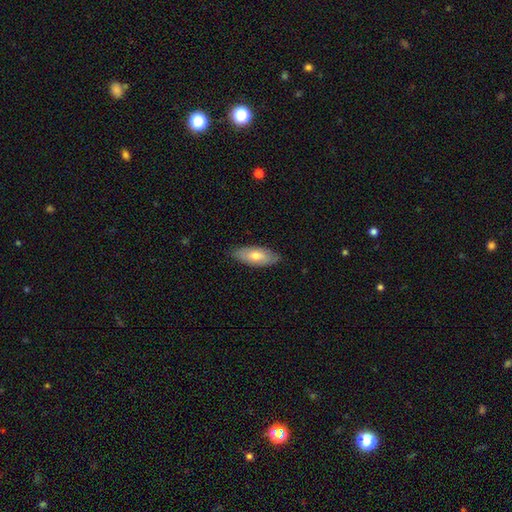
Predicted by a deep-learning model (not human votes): Smooth or featured? smooth (66%)
How rounded? in between (83%)
Merging? none (84%)